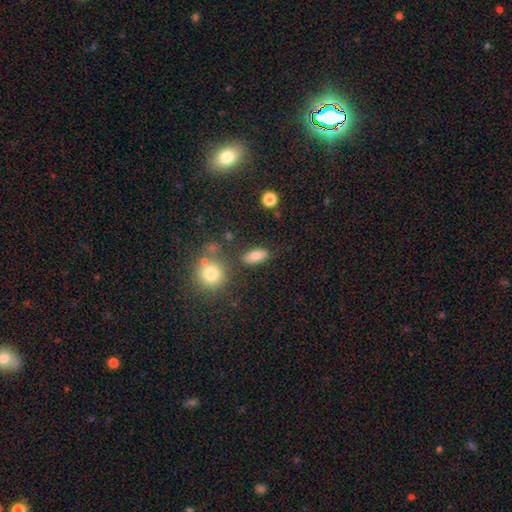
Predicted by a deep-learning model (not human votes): A smooth galaxy with no disk features (81%) that is in between round and cigar-shaped (86%). Merging: none (79%).